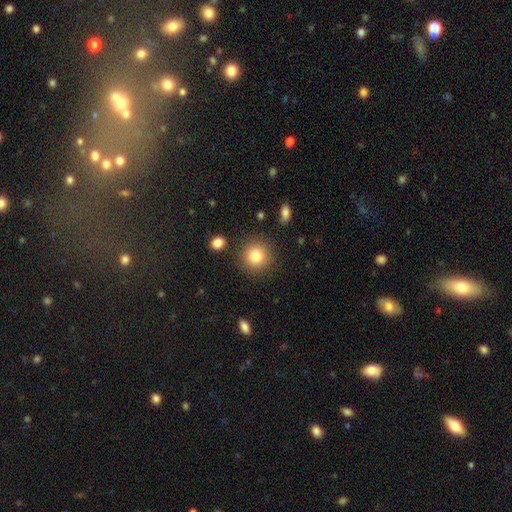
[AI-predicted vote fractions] Morphology: type=smooth (83%); roundness=round (92%); merging=none (87%).